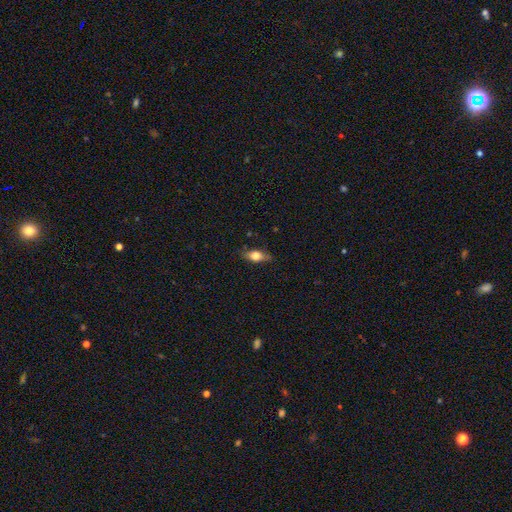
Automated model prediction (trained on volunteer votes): A smooth galaxy with no disk features (63%) that is in between round and cigar-shaped (74%).

Vote fractions:
- Smooth or featured? smooth: 63% / featured or disk: 30% / star or artifact: 8%
- How rounded? in between: 74% / cigar-shaped: 19% / round: 8%
- Merging? none: 78% / minor disturbance: 17% / major disturbance: 4% / merger: 1%